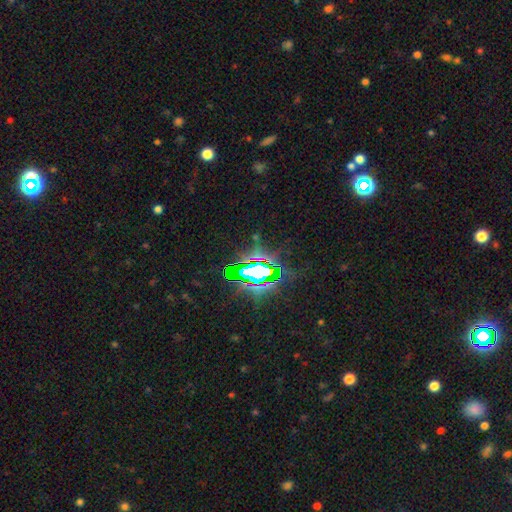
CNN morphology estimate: This is likely a star or artifact rather than a galaxy (75%).